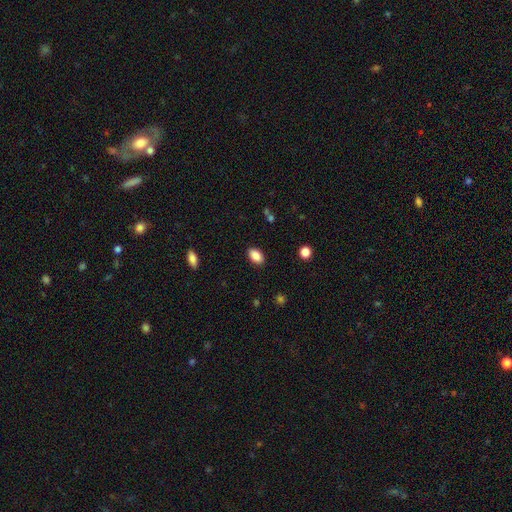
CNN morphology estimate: A smooth galaxy with no disk features (88%) that is in between round and cigar-shaped (91%).

Vote fractions:
- Smooth or featured? smooth: 88% / star or artifact: 8% / featured or disk: 4%
- How rounded? in between: 91% / round: 7% / cigar-shaped: 2%
- Merging? none: 88% / minor disturbance: 9% / major disturbance: 2% / merger: 1%